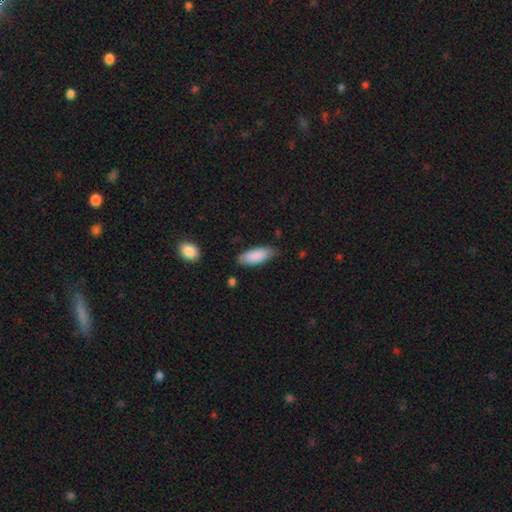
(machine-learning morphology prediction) Smooth or featured?
  - smooth: 88% *
  - featured or disk: 6%
  - star or artifact: 6%
How rounded?
  - in between: 79% *
  - cigar-shaped: 20%
  - round: 2%
Merging?
  - none: 76% *
  - minor disturbance: 19%
  - major disturbance: 3%
  - merger: 2%